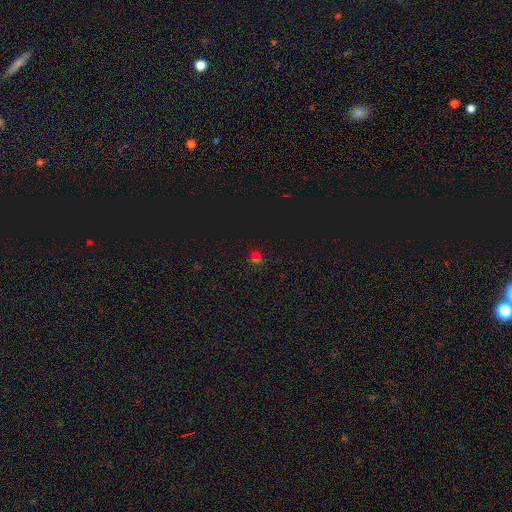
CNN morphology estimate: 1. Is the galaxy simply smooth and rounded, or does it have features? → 50% star or artifact, 43% smooth, 7% featured or disk.